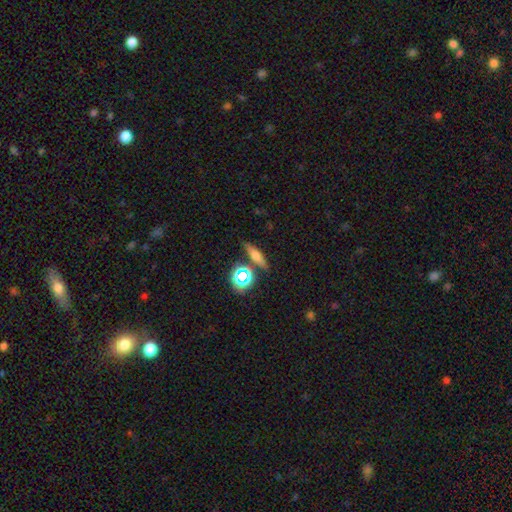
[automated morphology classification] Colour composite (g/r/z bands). It shows a smooth galaxy with no disk features (48%). Merging: none (78%).